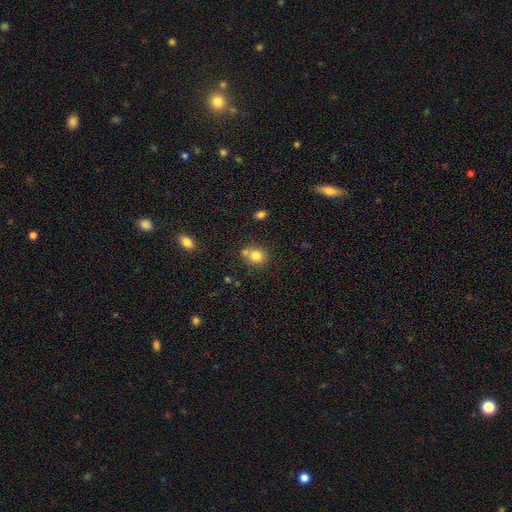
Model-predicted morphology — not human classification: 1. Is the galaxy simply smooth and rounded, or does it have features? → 80% smooth, 11% star or artifact, 9% featured or disk.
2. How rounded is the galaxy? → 74% round, 25% in between, 1% cigar-shaped.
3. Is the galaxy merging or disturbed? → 58% none, 26% merger, 13% minor disturbance, 4% major disturbance.